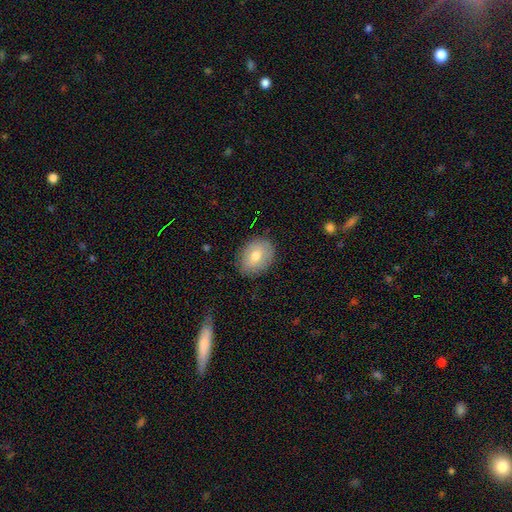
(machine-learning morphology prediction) This is likely a smooth galaxy (74%). How rounded: likely in between (62%). Merging: clearly none (84%).